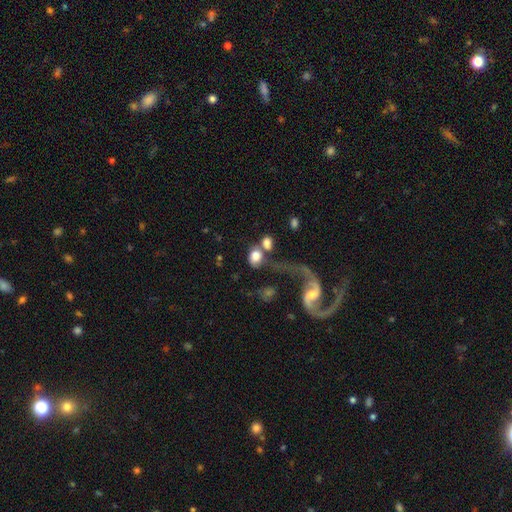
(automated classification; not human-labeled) Morphology: type=smooth (70%); roundness=in between (49%); merging=merger (44%).